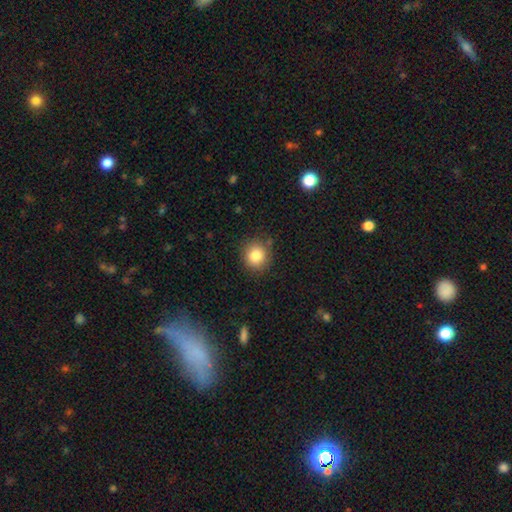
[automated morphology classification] Smooth or featured? smooth (84%)
How rounded? round (87%)
Merging? none (85%)